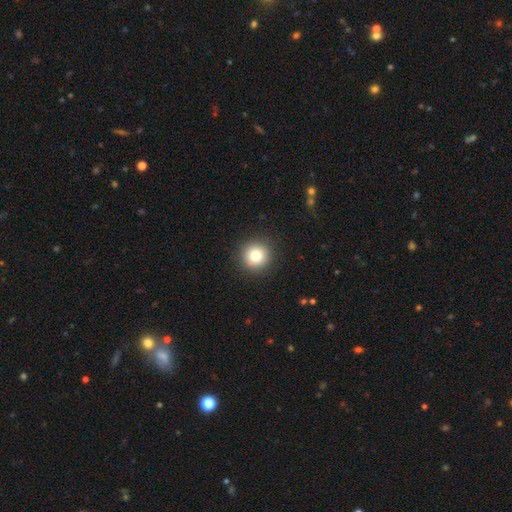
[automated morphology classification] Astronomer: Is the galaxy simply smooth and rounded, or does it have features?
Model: smooth — 80%.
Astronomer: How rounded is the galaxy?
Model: round — 95%.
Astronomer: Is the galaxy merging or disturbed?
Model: none — 91%.